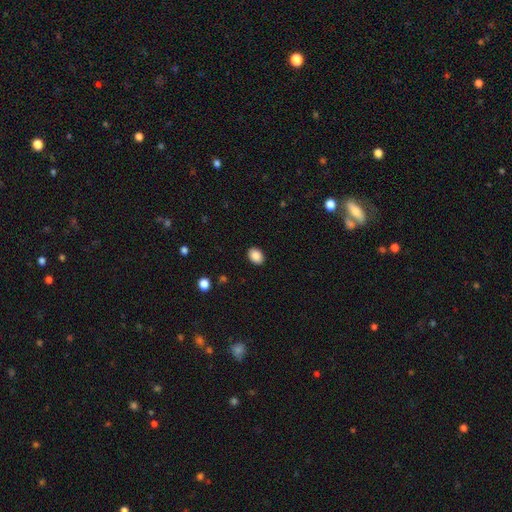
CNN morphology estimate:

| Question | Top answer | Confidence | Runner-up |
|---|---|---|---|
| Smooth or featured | smooth | 89% | star or artifact (8%) |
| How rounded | in between | 71% | round (28%) |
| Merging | none | 90% | minor disturbance (7%) |